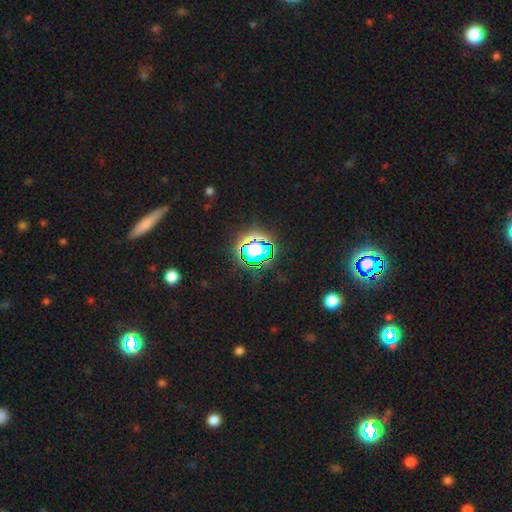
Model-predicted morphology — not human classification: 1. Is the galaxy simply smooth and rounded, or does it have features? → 74% star or artifact, 17% smooth, 9% featured or disk.